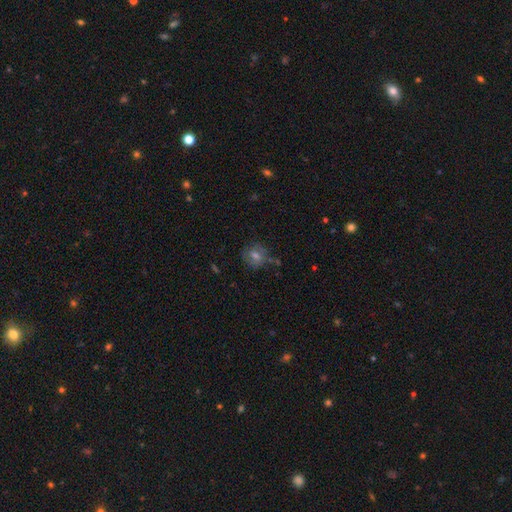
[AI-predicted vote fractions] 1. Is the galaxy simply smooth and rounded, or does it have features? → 47% smooth, 32% featured or disk, 21% star or artifact.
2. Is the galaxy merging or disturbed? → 72% none, 17% minor disturbance, 7% major disturbance, 4% merger.